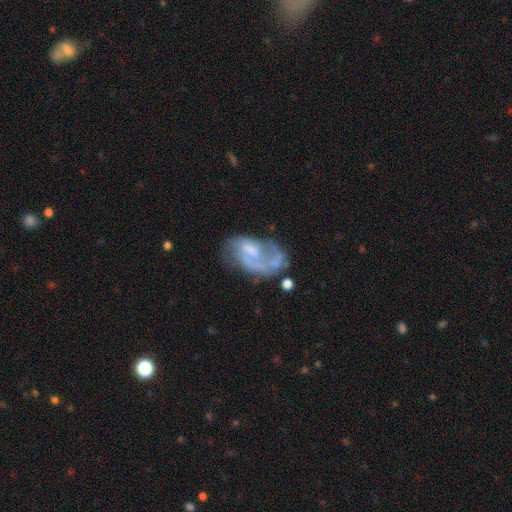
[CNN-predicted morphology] Overall: featured or disk (70%). Edge-on disk: no (97%). Bar: no (60%; weak 33%). Spiral arms: yes (75%). Spiral arm count: 1 (42%; 2 35%). Spiral winding: medium (40%; loose 36%). Bulge size: none (34%; small 32%). Merging: none (43%; major disturbance 27%).